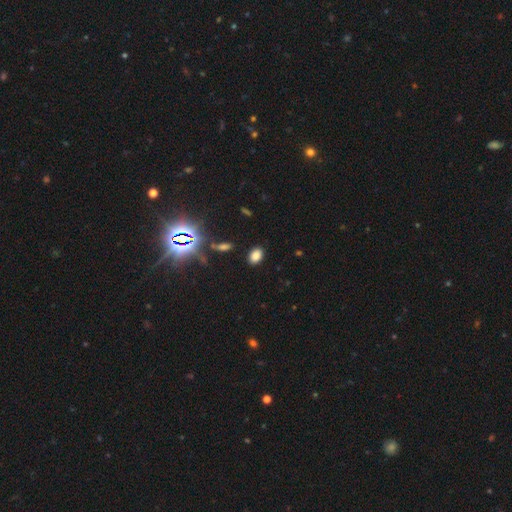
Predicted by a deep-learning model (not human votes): Morphology: type=smooth (79%); roundness=in between (79%); merging=none (88%).